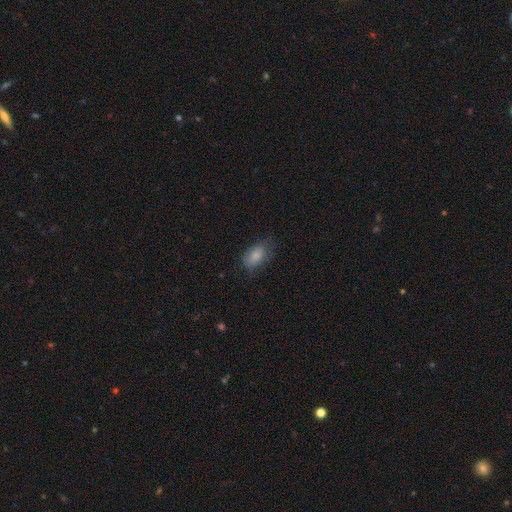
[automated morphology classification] A smooth galaxy with no disk features (81%) that is in between round and cigar-shaped (89%).

Vote fractions:
- Smooth or featured? smooth: 81% / featured or disk: 11% / star or artifact: 8%
- How rounded? in between: 89% / round: 8% / cigar-shaped: 3%
- Merging? none: 61% / minor disturbance: 28% / major disturbance: 10% / merger: 1%